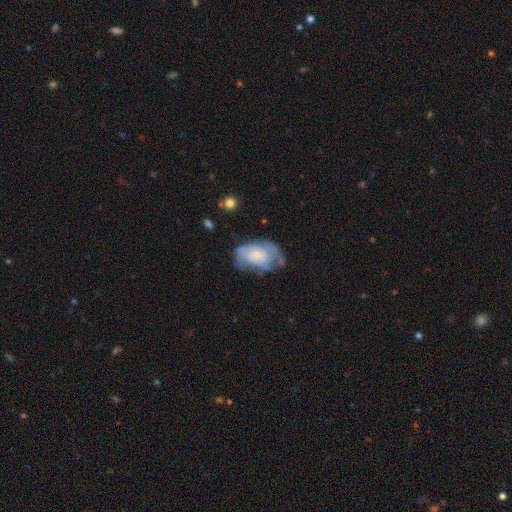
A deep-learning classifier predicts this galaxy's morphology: Smooth or featured: featured or disk — 54% (smooth — 39%)
Edge-on disk: no — 96% (yes — 4%)
Bar: no — 80% (weak — 17%)
Spiral arms: yes — 65% (no — 35%)
Bulge size: small — 55% (moderate — 24%)
Merging: none — 49% (minor disturbance — 30%)